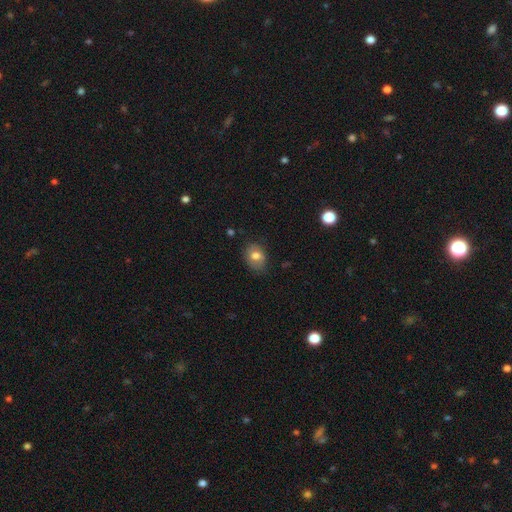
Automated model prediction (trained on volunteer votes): smooth 73%, featured or disk 18%, star or artifact 9%. Down the decision tree: how rounded — in between (63%); merging — none (77%).